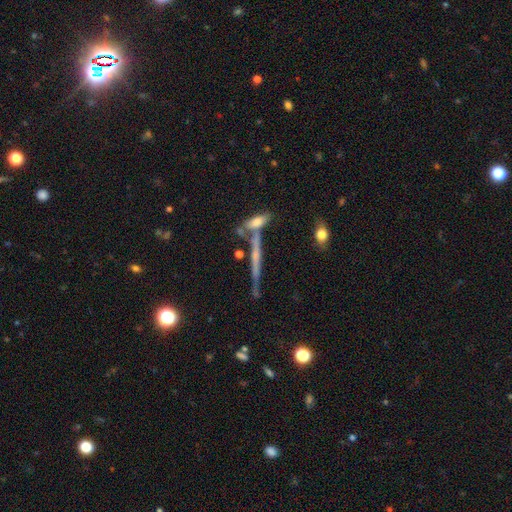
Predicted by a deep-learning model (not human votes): A featured or disk galaxy (62%) viewed edge-on (94%) with no central bulge (54%).

Vote fractions:
- Smooth or featured? featured or disk: 62% / smooth: 27% / star or artifact: 11%
- Edge-on disk? yes: 94% / no: 6%
- Edge-on bulge? none: 54% / rounded: 35% / boxy: 11%
- Merging? none: 68% / merger: 16% / minor disturbance: 12% / major disturbance: 4%